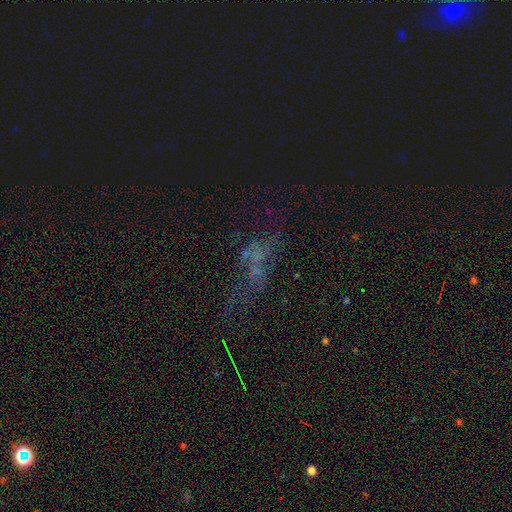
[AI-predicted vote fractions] Smooth or featured?
  - featured or disk: 37% * (tied)
  - star or artifact: 37% * (tied)
  - smooth: 26%
Merging?
  - none: 39% *
  - major disturbance: 34%
  - minor disturbance: 17%
  - merger: 10%